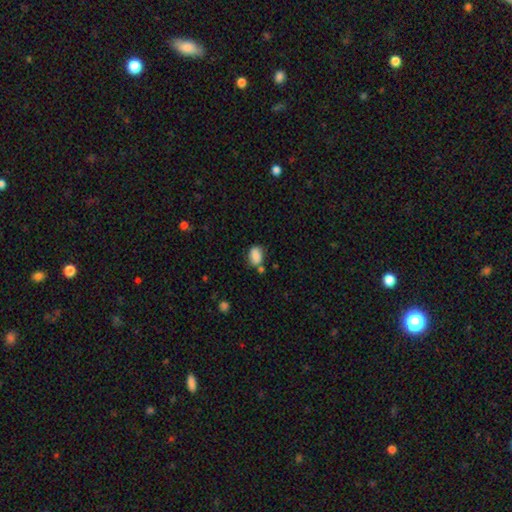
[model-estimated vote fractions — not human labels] smooth-or-featured: smooth: 86% | star or artifact: 9% | featured or disk: 5%
  how-rounded: in between: 81% | round: 18% | cigar-shaped: 2%
  merging: none: 61% | minor disturbance: 20% | merger: 14% | major disturbance: 5%